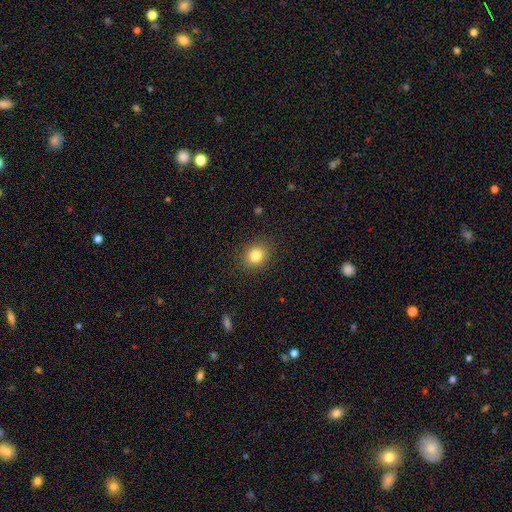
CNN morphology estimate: Smooth or featured: smooth — 83% (star or artifact — 11%)
How rounded: round — 64% (in between — 35%)
Merging: none — 88% (minor disturbance — 8%)